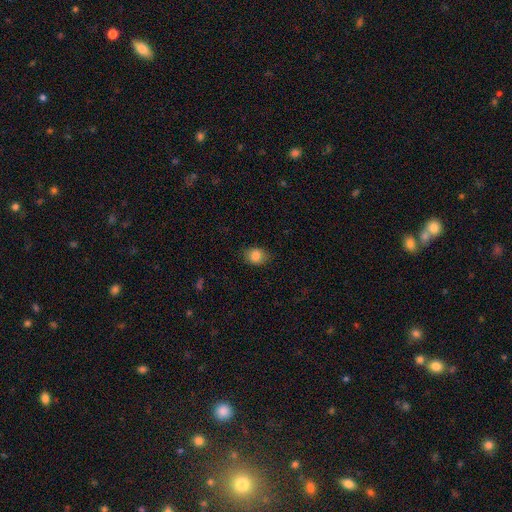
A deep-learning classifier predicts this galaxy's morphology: Overall: smooth (85%). How rounded: in between (57%; round 42%). Merging: none (84%).